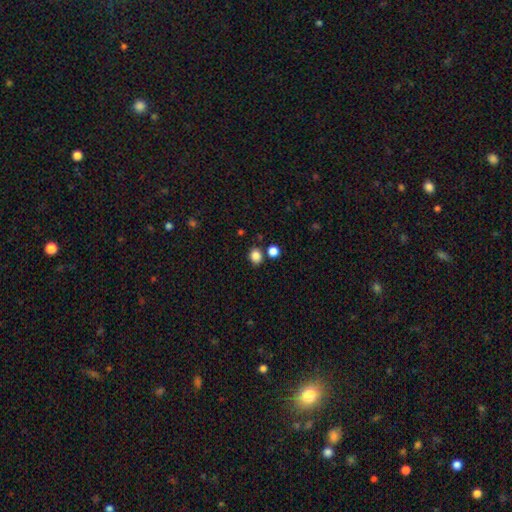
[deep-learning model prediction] This is clearly a smooth galaxy (85%). How rounded: likely round (64%). Merging: likely none (77%).